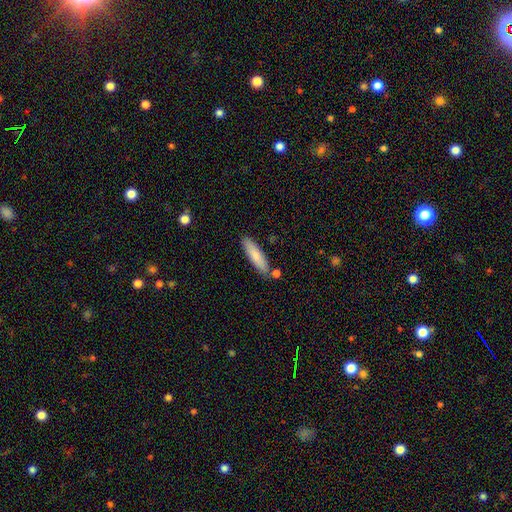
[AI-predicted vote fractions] smooth 81%, featured or disk 13%, star or artifact 6%. Down the decision tree: how rounded — cigar-shaped (75%); merging — none (82%).